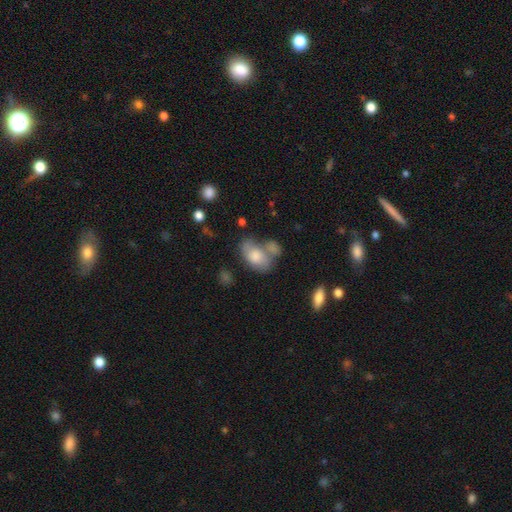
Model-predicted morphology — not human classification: Smooth or featured? smooth (73%)
How rounded? in between (88%)
Merging? merger (39%)